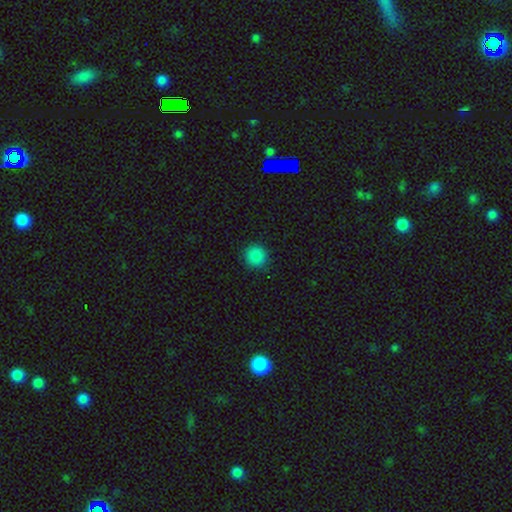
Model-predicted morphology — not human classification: The model was most divided on "smooth or featured": smooth: 86%, star or artifact: 10%, featured or disk: 3%. More confident: how rounded — round (94%); merging — none (91%).